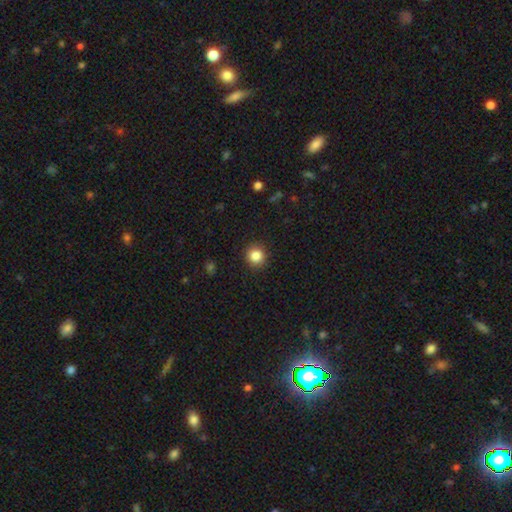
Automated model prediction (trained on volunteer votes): Smooth or featured? Predicted: smooth (p=0.85). How rounded? Predicted: round (p=0.91). Merging? Predicted: none (p=0.91).